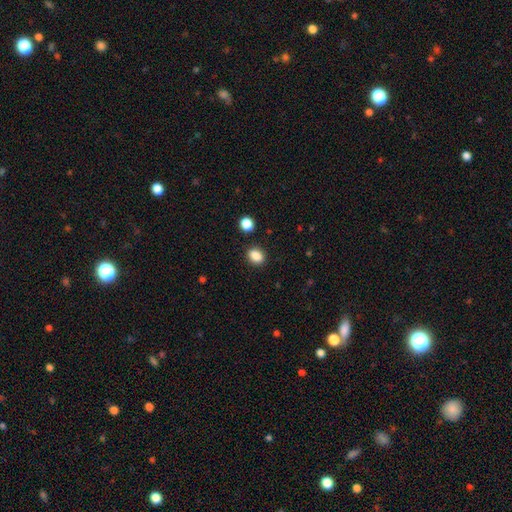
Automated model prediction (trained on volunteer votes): Overall: smooth (87%). How rounded: in between (65%; round 33%). Merging: none (86%).